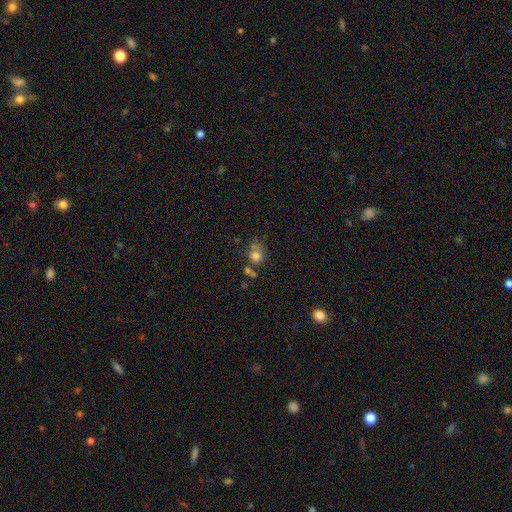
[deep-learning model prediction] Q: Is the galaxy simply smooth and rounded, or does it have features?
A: smooth — 73%.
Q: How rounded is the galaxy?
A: round — 72%.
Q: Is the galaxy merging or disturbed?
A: none — 40%.